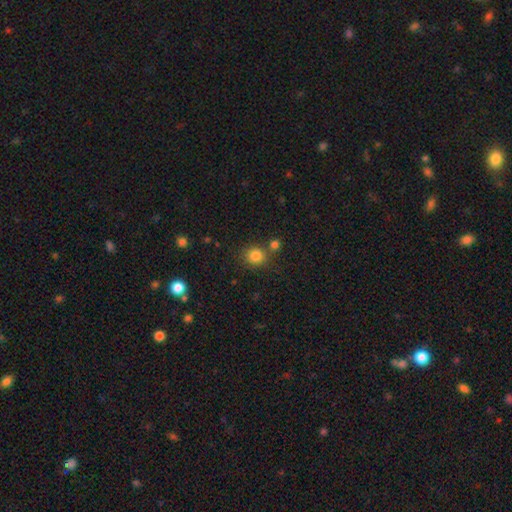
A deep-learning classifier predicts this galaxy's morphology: smooth 82%, star or artifact 12%, featured or disk 5%. Down the decision tree: how rounded — round (84%); merging — none (73%).